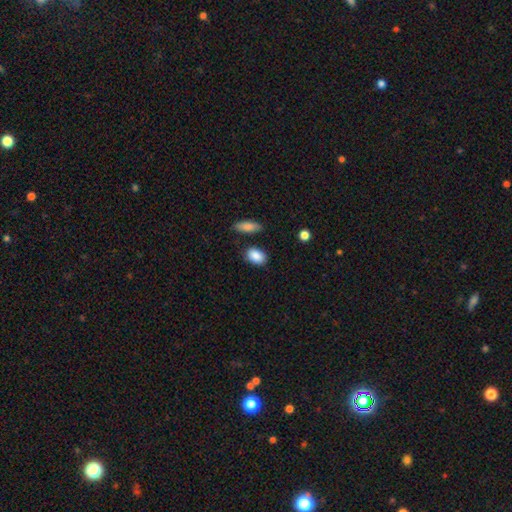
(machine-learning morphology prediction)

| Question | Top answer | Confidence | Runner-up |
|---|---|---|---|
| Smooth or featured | smooth | 88% | star or artifact (7%) |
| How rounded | in between | 84% | round (14%) |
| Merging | none | 79% | minor disturbance (13%) |